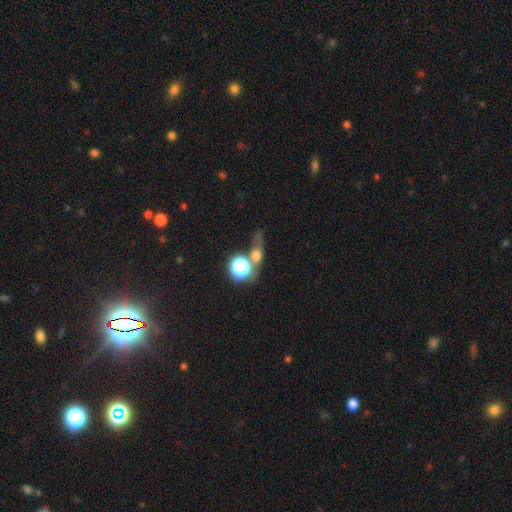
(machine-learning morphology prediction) type=smooth (56%); roundness=round (64%); merging=none (47%).